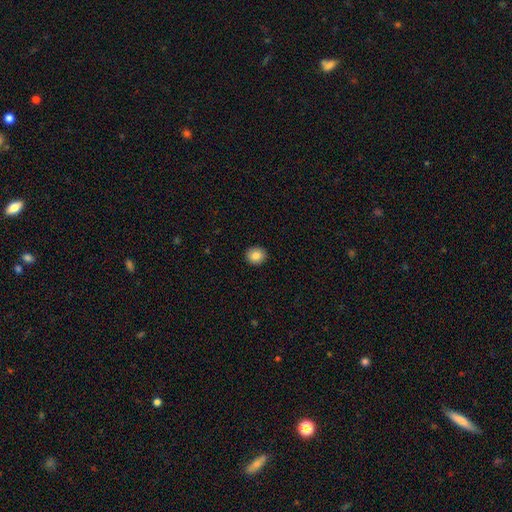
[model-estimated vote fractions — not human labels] Smooth or featured? Predicted: smooth (p=0.84). How rounded? Predicted: round (p=0.85). Merging? Predicted: none (p=0.92).